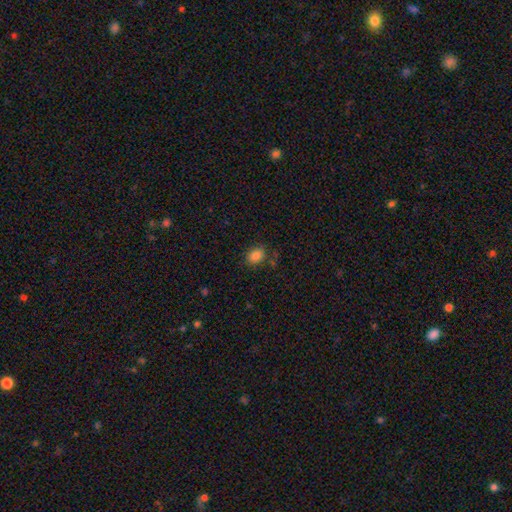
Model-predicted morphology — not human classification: Q: Smooth or featured?
A: smooth (85%); runner-up: star or artifact (10%)
Q: How rounded?
A: in between (68%); runner-up: round (31%)
Q: Merging?
A: none (78%); runner-up: minor disturbance (14%)